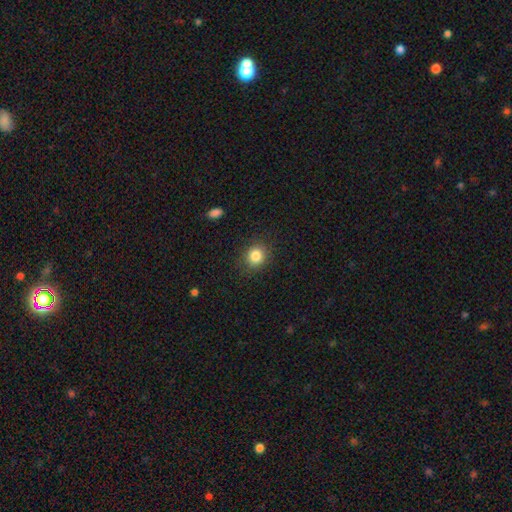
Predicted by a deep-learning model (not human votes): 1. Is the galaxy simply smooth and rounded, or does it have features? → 84% smooth, 10% star or artifact, 5% featured or disk.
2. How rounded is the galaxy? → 78% round, 21% in between, 1% cigar-shaped.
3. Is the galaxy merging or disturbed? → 87% none, 9% minor disturbance, 3% major disturbance, 1% merger.